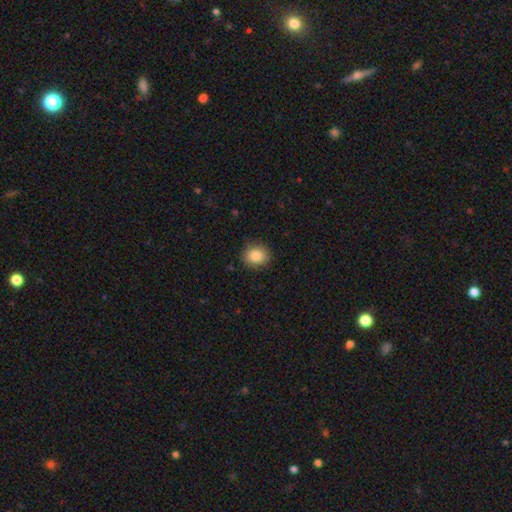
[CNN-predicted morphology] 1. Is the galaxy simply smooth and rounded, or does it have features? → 85% smooth, 9% star or artifact, 6% featured or disk.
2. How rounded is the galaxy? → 79% round, 20% in between, 1% cigar-shaped.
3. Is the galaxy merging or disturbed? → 87% none, 10% minor disturbance, 2% major disturbance, 1% merger.